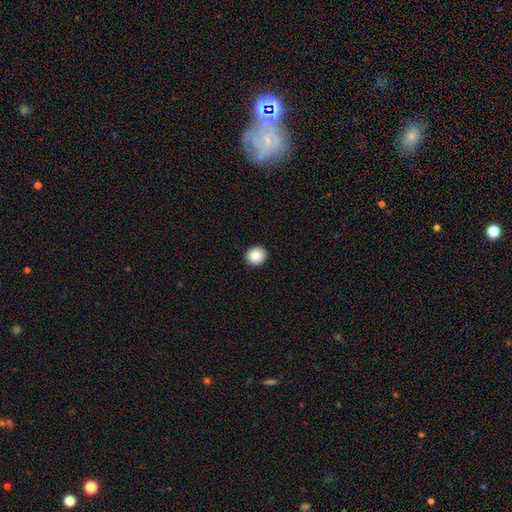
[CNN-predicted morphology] A smooth galaxy with no disk features (85%) that is round (88%).

Vote fractions:
- Smooth or featured? smooth: 85% / star or artifact: 8% / featured or disk: 7%
- How rounded? round: 88% / in between: 12% / cigar-shaped: 1%
- Merging? none: 93% / minor disturbance: 5% / major disturbance: 1% / merger: 1%